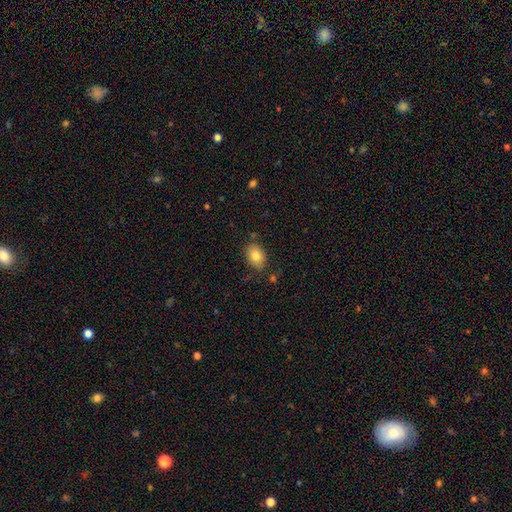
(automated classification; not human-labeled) Morphology: type=smooth (81%); roundness=in between (80%); merging=none (77%).